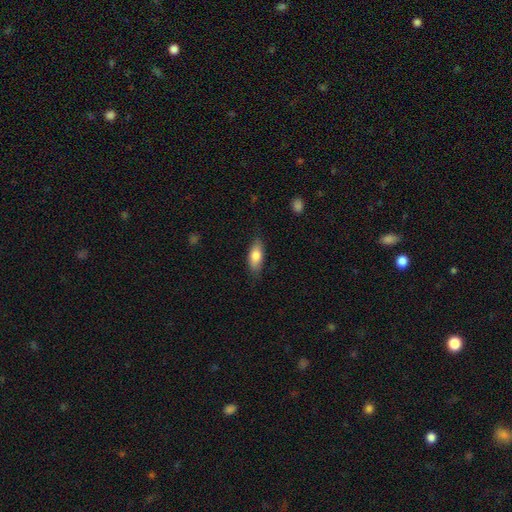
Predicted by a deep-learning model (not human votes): Q: Smooth or featured?
A: smooth (78%); runner-up: featured or disk (16%)
Q: How rounded?
A: in between (77%); runner-up: cigar-shaped (21%)
Q: Merging?
A: none (81%); runner-up: minor disturbance (15%)